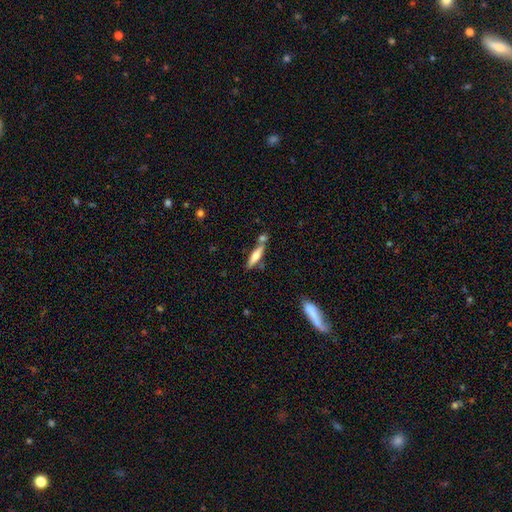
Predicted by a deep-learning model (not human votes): Morphology: type=smooth (52%); roundness=cigar-shaped (79%); merging=none (68%).